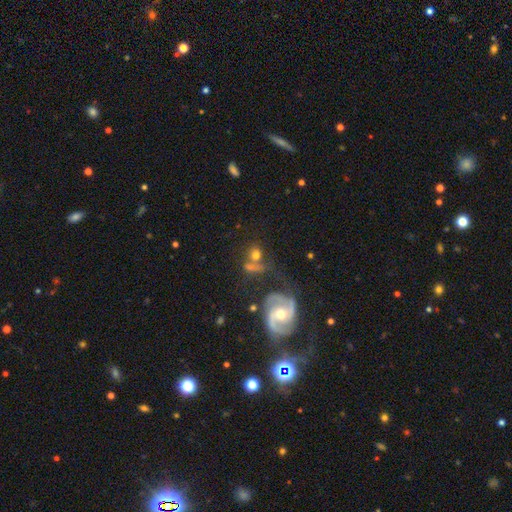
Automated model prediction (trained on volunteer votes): smooth 49%, featured or disk 37%, star or artifact 14%. Down the decision tree: merging — none (50%).